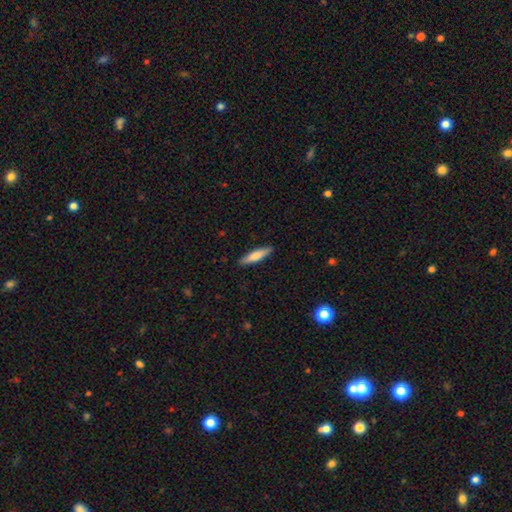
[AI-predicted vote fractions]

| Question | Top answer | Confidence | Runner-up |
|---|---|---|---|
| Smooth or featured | smooth | 75% | featured or disk (20%) |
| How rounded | cigar-shaped | 79% | in between (20%) |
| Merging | none | 90% | minor disturbance (8%) |